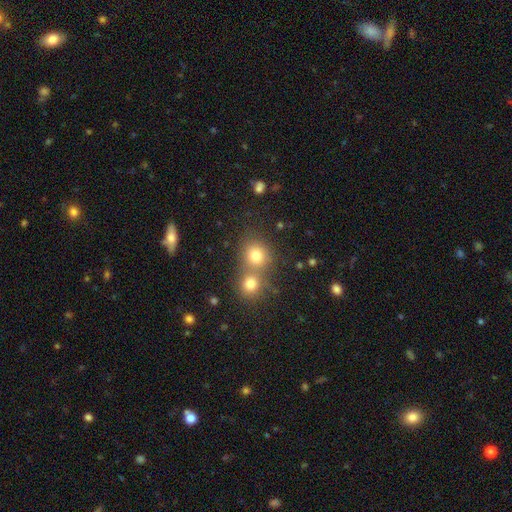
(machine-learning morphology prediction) smooth 77%, star or artifact 14%, featured or disk 9%. Down the decision tree: how rounded — round (82%); merging — merger (46%).